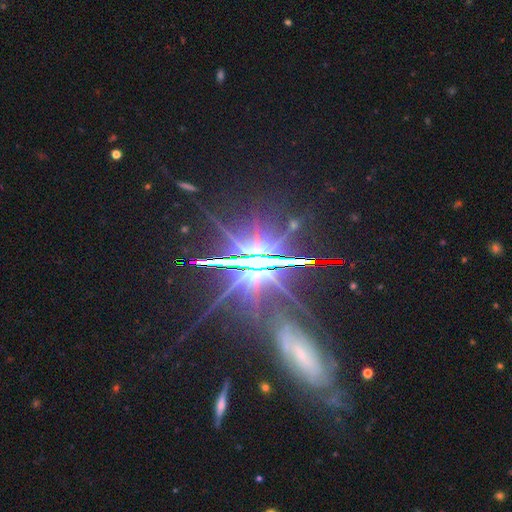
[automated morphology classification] type=star or artifact (79%).